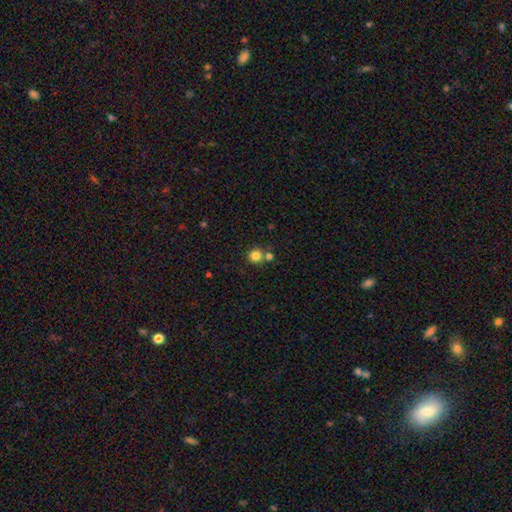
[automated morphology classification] smooth_or_featured: smooth (p=0.82) [alt: star or artifact p=0.12]
how_rounded: round (p=0.93) [alt: in between p=0.06]
merging: none (p=0.70) [alt: merger p=0.20]